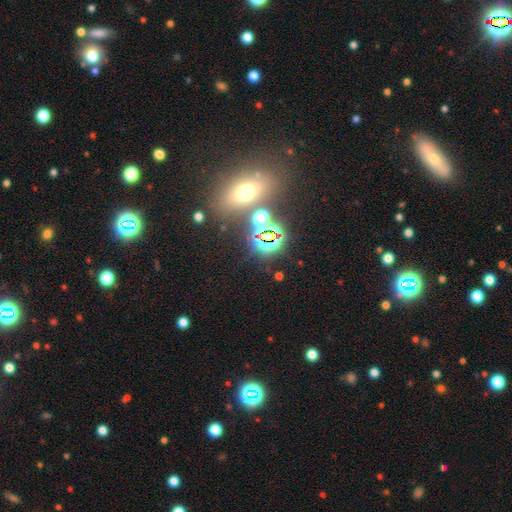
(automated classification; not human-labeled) Smooth or featured?
  - star or artifact: 42% *
  - smooth: 39%
  - featured or disk: 19%